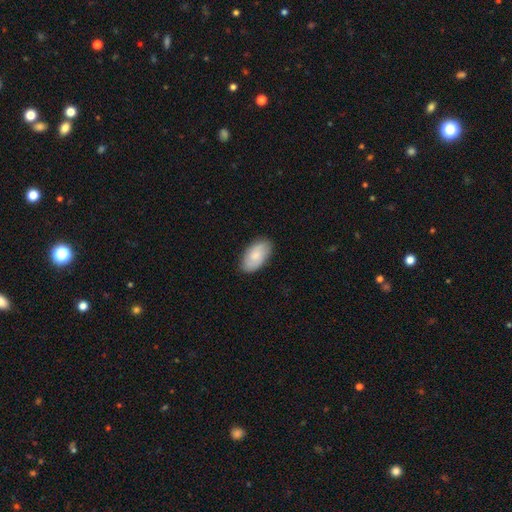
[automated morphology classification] Smooth or featured?
  - smooth: 69% *
  - featured or disk: 25%
  - star or artifact: 6%
How rounded?
  - in between: 94% *
  - round: 4%
  - cigar-shaped: 2%
Merging?
  - none: 84% *
  - minor disturbance: 12%
  - major disturbance: 2%
  - merger: 1%